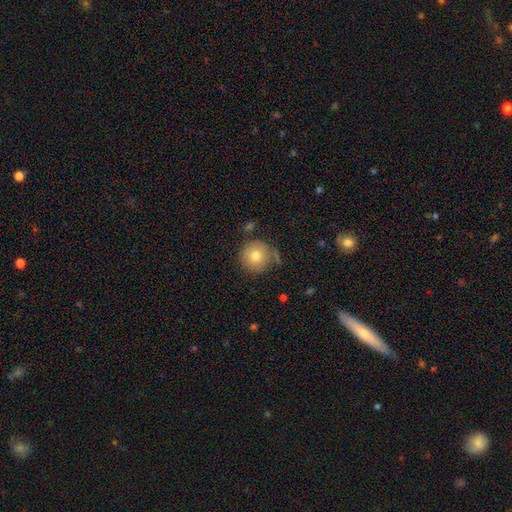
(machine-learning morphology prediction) smooth_or_featured: smooth (p=0.77) [alt: featured or disk p=0.13]
how_rounded: round (p=0.95) [alt: in between p=0.04]
merging: none (p=0.75) [alt: minor disturbance p=0.15]